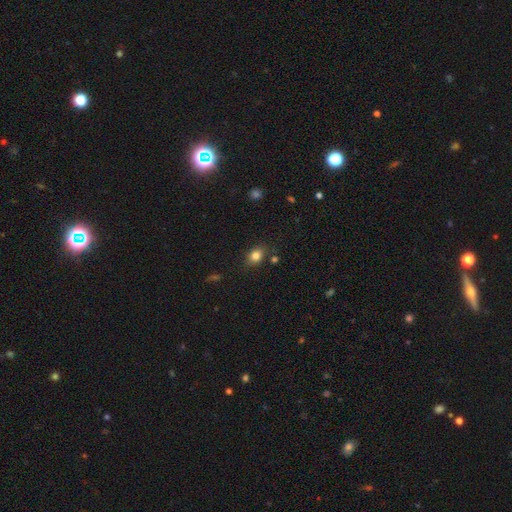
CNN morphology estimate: Q: Smooth or featured?
A: smooth (81%); runner-up: star or artifact (11%)
Q: How rounded?
A: in between (62%); runner-up: round (37%)
Q: Merging?
A: none (81%); runner-up: minor disturbance (13%)